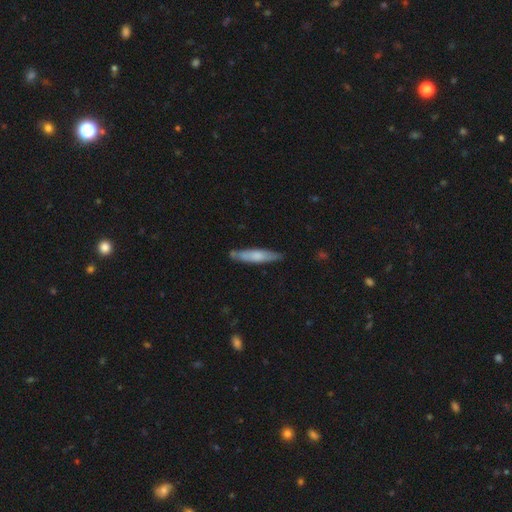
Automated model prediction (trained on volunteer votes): This appears to be a smooth galaxy with no disk features (61%) that is cigar-shaped (86%). Merging: none (81%).